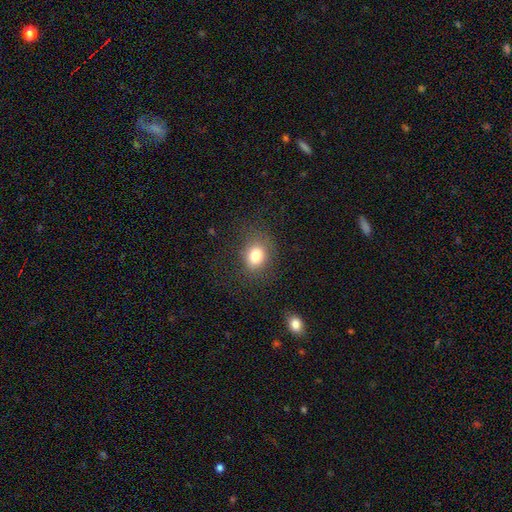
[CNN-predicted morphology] type=smooth (79%); roundness=round (50%); merging=none (78%).